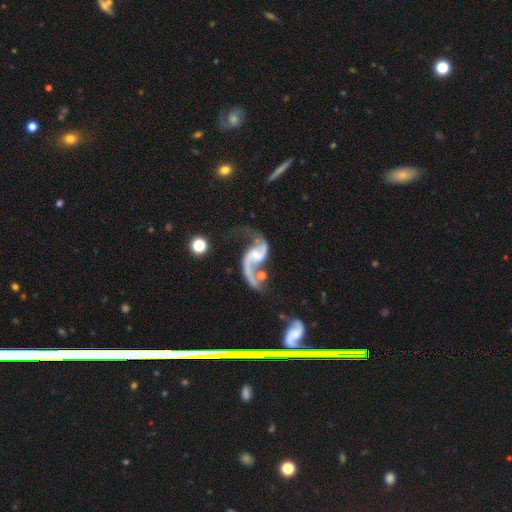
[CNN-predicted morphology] A featured or disk galaxy (91%) with a weak bar (43%), 2 (89%) loose (73%) spiral arms (96%) and a small central bulge (48%).

Vote fractions:
- Smooth or featured? featured or disk: 91% / star or artifact: 5% / smooth: 4%
- Edge-on disk? no: 98% / yes: 2%
- Bar? weak: 43% / no: 42% / strong: 15%
- Spiral arms? yes: 96% / no: 4%
- Spiral winding? loose: 73% / medium: 23% / tight: 4%
- Spiral arm count? 2: 89% / 1: 7% / can't tell: 2% / 3: 1% / 4: 1% / more than 4: 1%
- Bulge size? small: 48% / moderate: 26% / none: 22% / large: 3% / dominant: 1%
- Merging? none: 44% / major disturbance: 22% / merger: 17% / minor disturbance: 17%